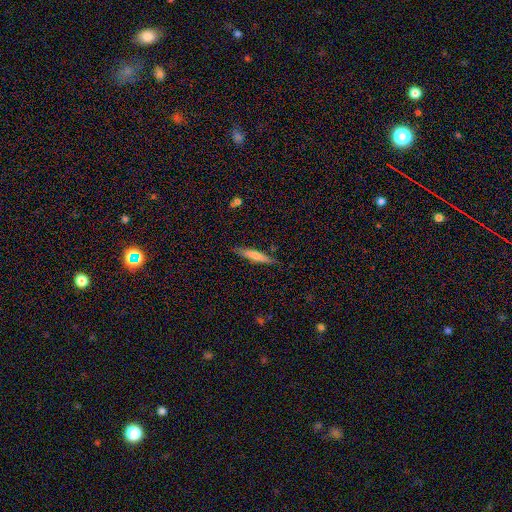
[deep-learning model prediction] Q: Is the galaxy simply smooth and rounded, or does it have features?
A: smooth — 65%.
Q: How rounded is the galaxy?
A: cigar-shaped — 90%.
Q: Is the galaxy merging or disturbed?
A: none — 84%.